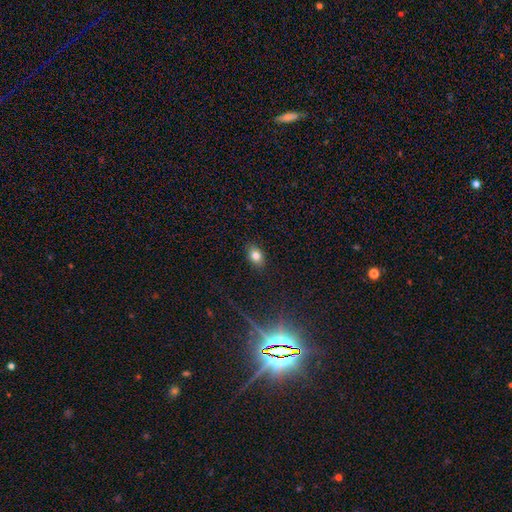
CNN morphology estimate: Overall: smooth (78%). How rounded: in between (80%). Merging: none (87%).